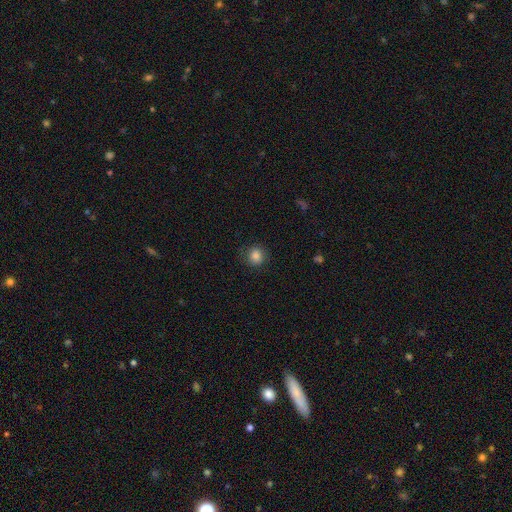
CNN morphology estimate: Overall: smooth (84%). How rounded: round (87%). Merging: none (85%).